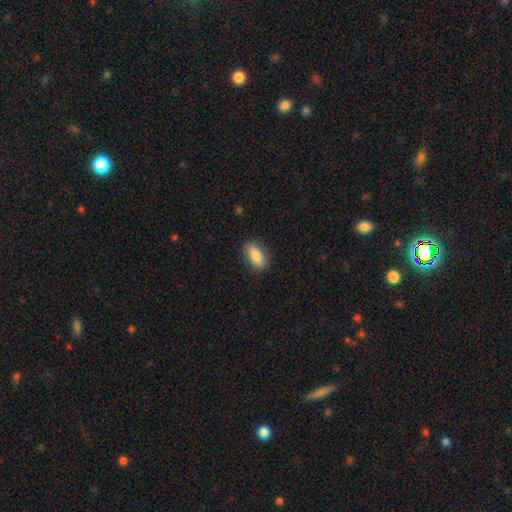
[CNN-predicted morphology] Smooth or featured: smooth — 84% (featured or disk — 10%)
How rounded: in between — 84% (cigar-shaped — 13%)
Merging: none — 85% (minor disturbance — 11%)